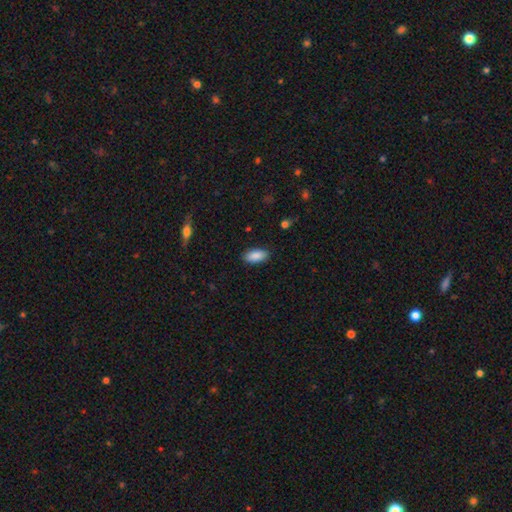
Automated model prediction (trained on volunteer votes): smooth 88%, star or artifact 7%, featured or disk 5%. Down the decision tree: how rounded — in between (89%); merging — none (88%).